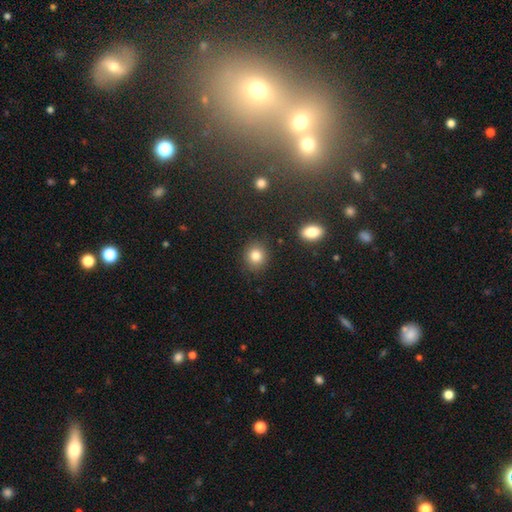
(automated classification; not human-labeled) Smooth or featured?
  - smooth: 83% *
  - star or artifact: 10%
  - featured or disk: 7%
How rounded?
  - round: 79% *
  - in between: 20%
  - cigar-shaped: 1%
Merging?
  - none: 87% *
  - minor disturbance: 8%
  - major disturbance: 3%
  - merger: 3%